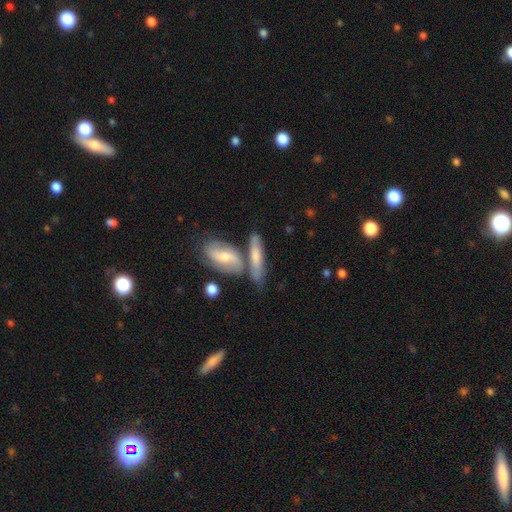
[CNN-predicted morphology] This appears to be a smooth galaxy with no disk features (58%) that is cigar-shaped (57%). Merging: none (46%).